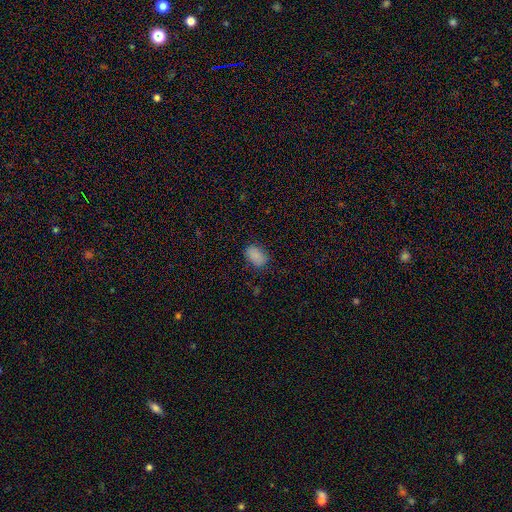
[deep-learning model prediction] This appears to be a smooth galaxy with no disk features (86%) that is in between round and cigar-shaped (87%). Merging: none (80%).